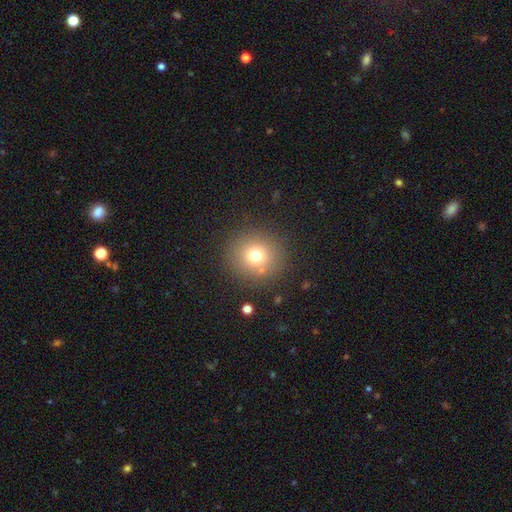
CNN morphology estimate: Smooth or featured?
  - smooth: 72% *
  - star or artifact: 16%
  - featured or disk: 12%
How rounded?
  - round: 92% *
  - in between: 7%
  - cigar-shaped: 1%
Merging?
  - none: 85% *
  - minor disturbance: 8%
  - major disturbance: 4%
  - merger: 3%